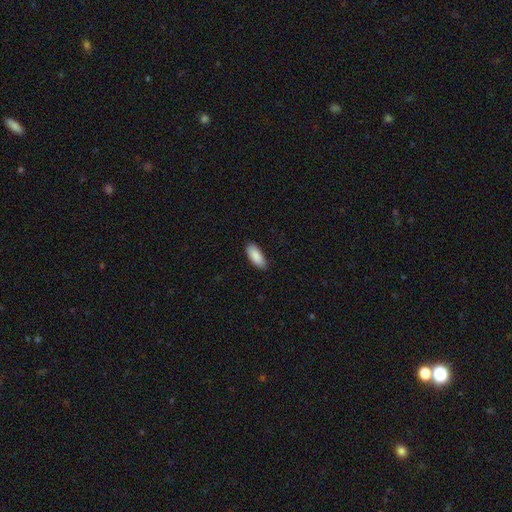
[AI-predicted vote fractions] Smooth or featured: smooth — 89% (star or artifact — 6%)
How rounded: in between — 81% (cigar-shaped — 18%)
Merging: none — 86% (minor disturbance — 11%)